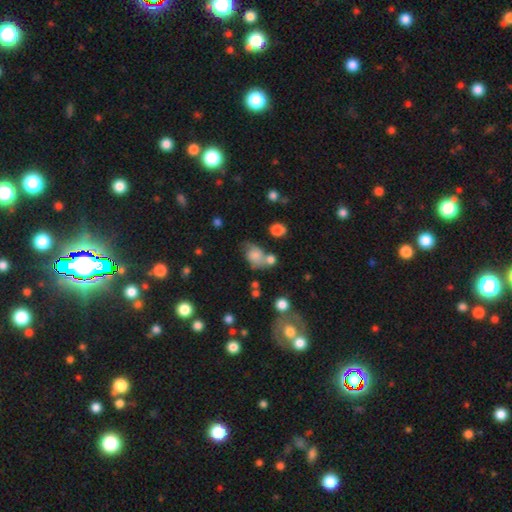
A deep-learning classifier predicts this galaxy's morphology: smooth 68%, featured or disk 19%, star or artifact 13%. Down the decision tree: how rounded — in between (61%); merging — none (37%).